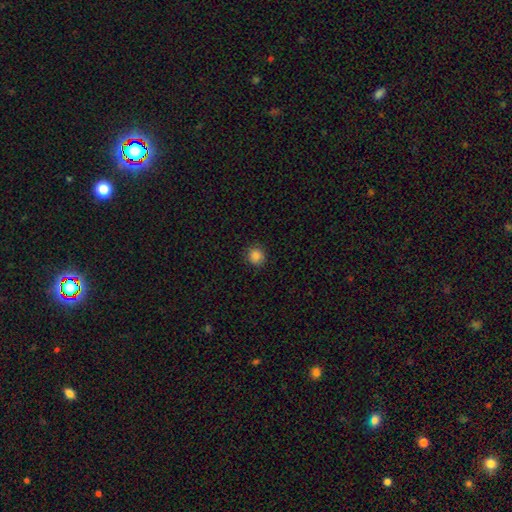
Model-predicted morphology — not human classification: smooth 86%, star or artifact 11%, featured or disk 3%. Down the decision tree: how rounded — round (91%); merging — none (89%).